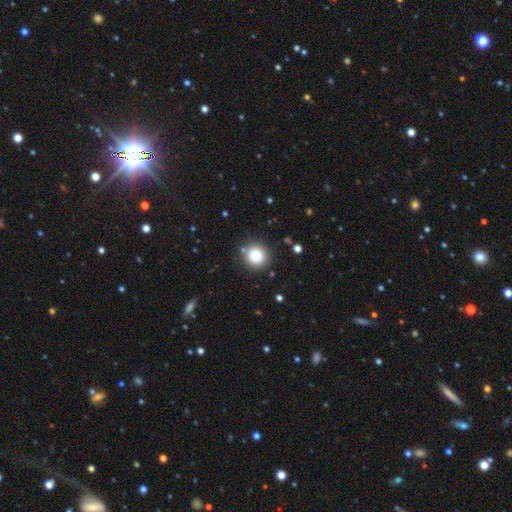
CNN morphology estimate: Overall: smooth (85%). How rounded: round (92%). Merging: none (86%).